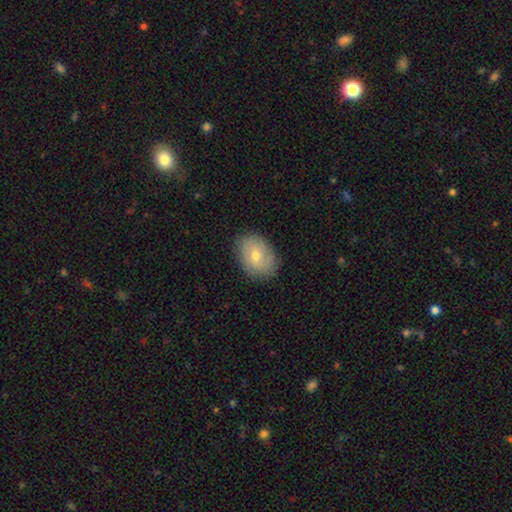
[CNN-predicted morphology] Q: Smooth or featured?
A: smooth (63%); runner-up: featured or disk (29%)
Q: How rounded?
A: in between (73%); runner-up: round (26%)
Q: Merging?
A: none (83%); runner-up: minor disturbance (13%)